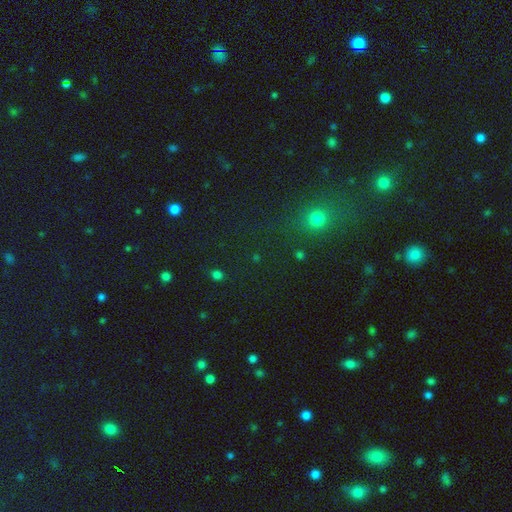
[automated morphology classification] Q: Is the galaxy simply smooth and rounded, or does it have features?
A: star or artifact — 54%.